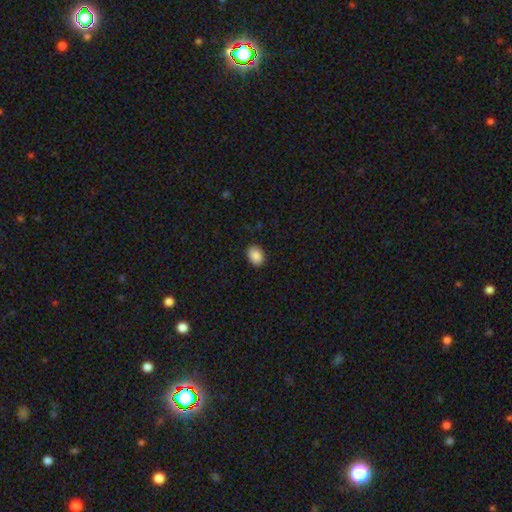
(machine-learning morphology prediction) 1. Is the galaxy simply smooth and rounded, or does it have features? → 89% smooth, 8% star or artifact, 3% featured or disk.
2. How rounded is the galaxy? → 74% in between, 25% round, 1% cigar-shaped.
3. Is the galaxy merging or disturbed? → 90% none, 8% minor disturbance, 2% major disturbance, 1% merger.